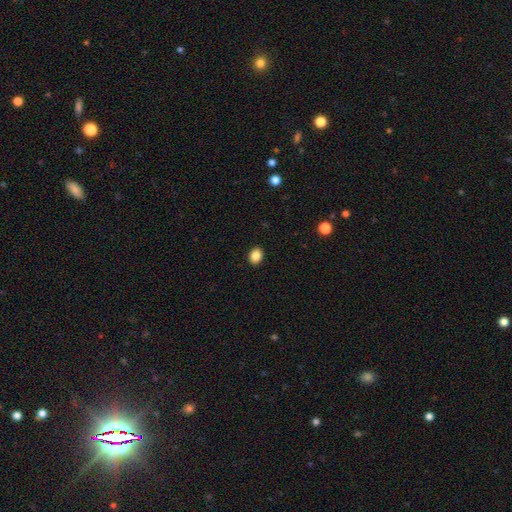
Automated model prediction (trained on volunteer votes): The model was most divided on "how rounded": in between: 53%, round: 46%, cigar-shaped: 1%. More confident: merging — none (92%); smooth or featured — smooth (87%).